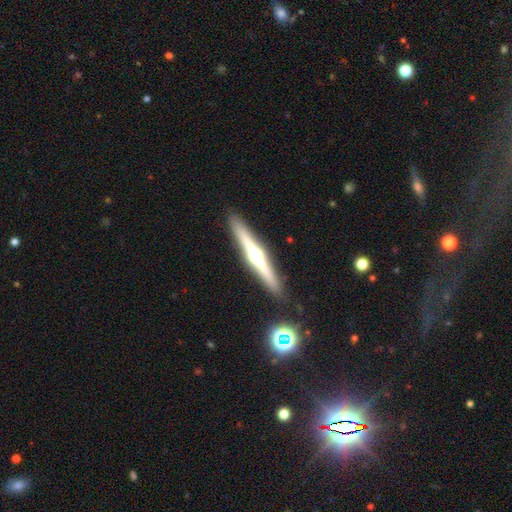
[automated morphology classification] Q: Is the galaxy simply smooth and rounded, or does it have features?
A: featured or disk — 73%.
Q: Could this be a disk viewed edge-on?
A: yes — 97%.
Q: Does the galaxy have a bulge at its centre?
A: rounded — 94%.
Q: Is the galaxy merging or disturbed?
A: none — 89%.